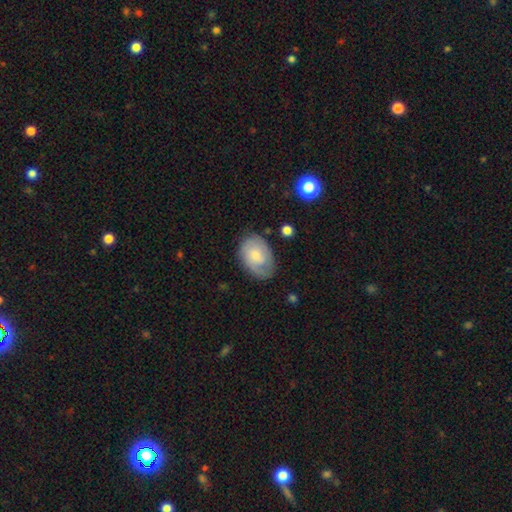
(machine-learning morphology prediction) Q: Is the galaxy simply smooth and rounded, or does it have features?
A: smooth — 55%.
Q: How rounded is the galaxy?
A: in between — 81%.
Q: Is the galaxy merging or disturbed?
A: none — 67%.